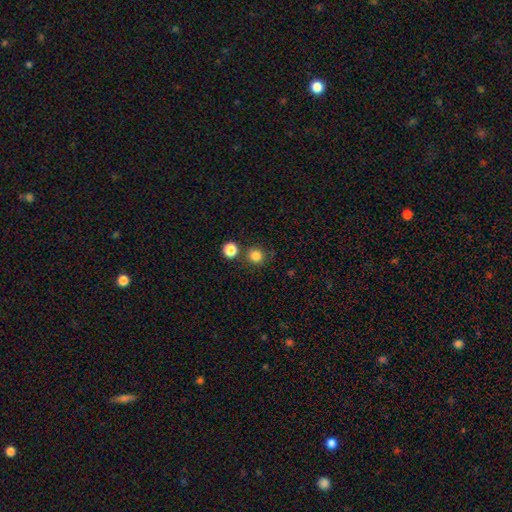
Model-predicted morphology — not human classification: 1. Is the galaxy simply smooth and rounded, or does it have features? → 83% smooth, 13% star or artifact, 4% featured or disk.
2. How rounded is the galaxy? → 93% round, 6% in between, 1% cigar-shaped.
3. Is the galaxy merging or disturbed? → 81% none, 9% merger, 7% minor disturbance, 3% major disturbance.